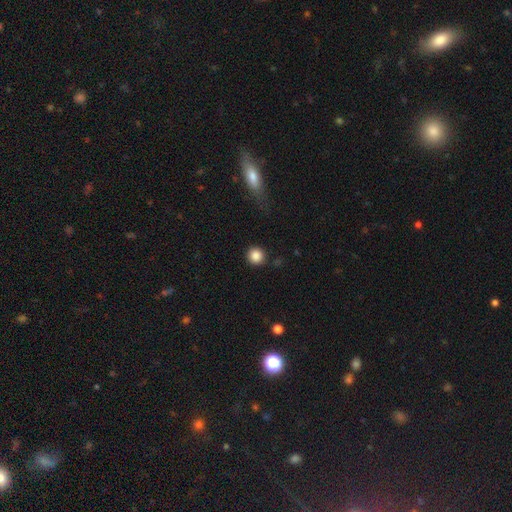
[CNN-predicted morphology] This appears to be a smooth galaxy with no disk features (87%) that is round (94%). Merging: none (89%).